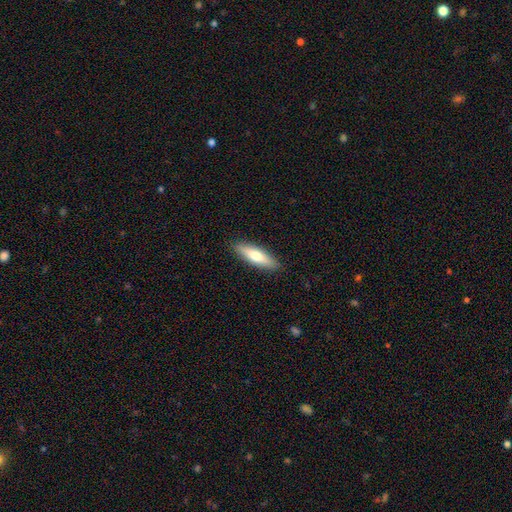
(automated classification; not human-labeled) This appears to be a smooth galaxy with no disk features (67%) that is cigar-shaped (63%). Merging: none (89%).